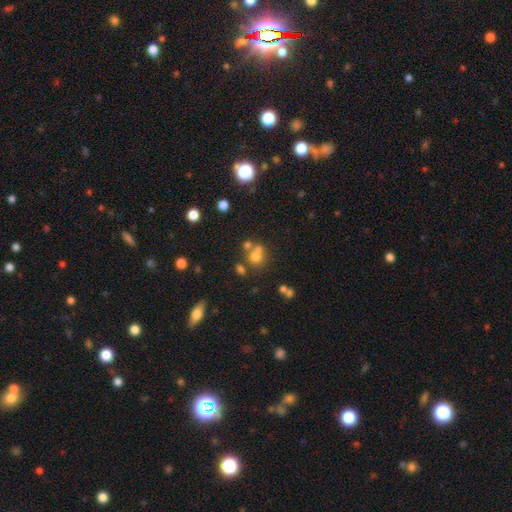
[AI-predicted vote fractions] Overall: smooth (67%). How rounded: round (77%). Merging: none (49%; merger 35%).